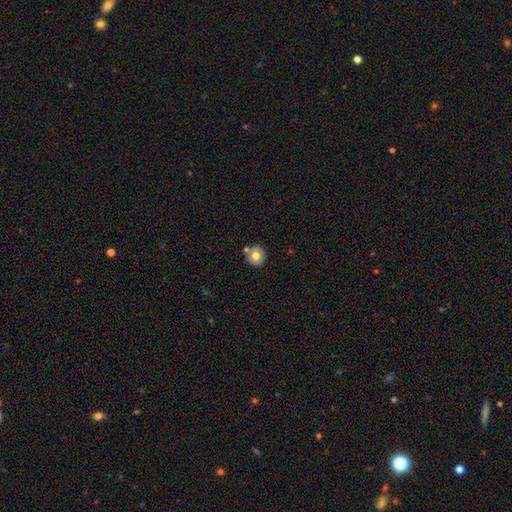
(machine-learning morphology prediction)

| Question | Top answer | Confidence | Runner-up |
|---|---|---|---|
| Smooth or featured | smooth | 75% | featured or disk (15%) |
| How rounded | round | 90% | in between (10%) |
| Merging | none | 76% | merger (11%) |